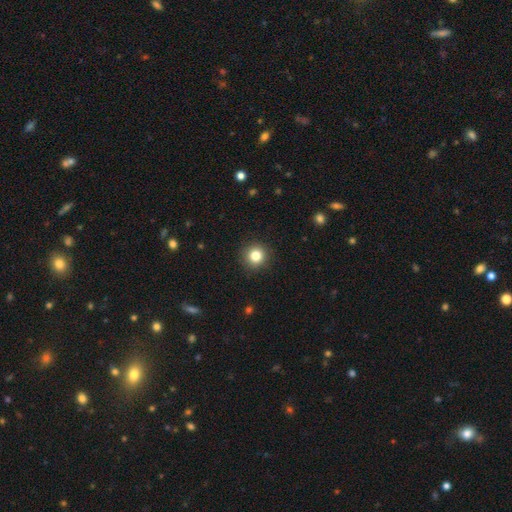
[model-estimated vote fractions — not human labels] Q: Smooth or featured?
A: smooth (82%); runner-up: star or artifact (11%)
Q: How rounded?
A: round (94%); runner-up: in between (5%)
Q: Merging?
A: none (91%); runner-up: minor disturbance (6%)